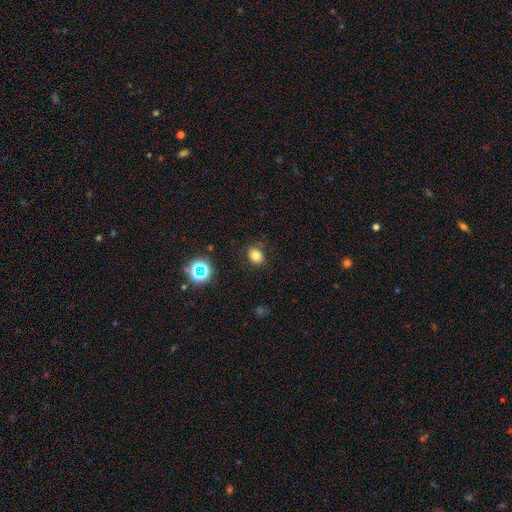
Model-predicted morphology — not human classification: Smooth or featured: smooth — 77% (star or artifact — 16%)
How rounded: round — 61% (in between — 38%)
Merging: none — 83% (minor disturbance — 12%)